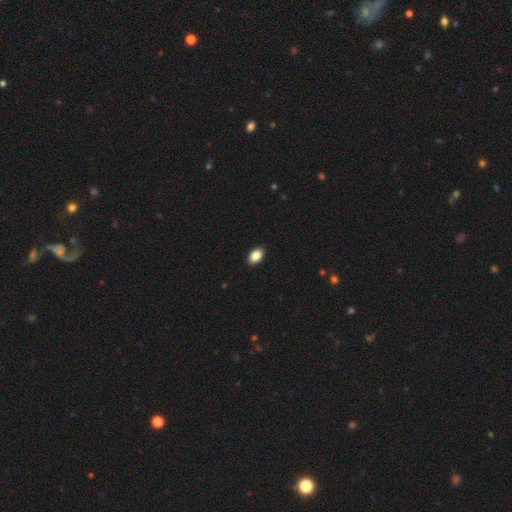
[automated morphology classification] A smooth galaxy with no disk features (88%) that is in between round and cigar-shaped (88%). Merging: none (91%).